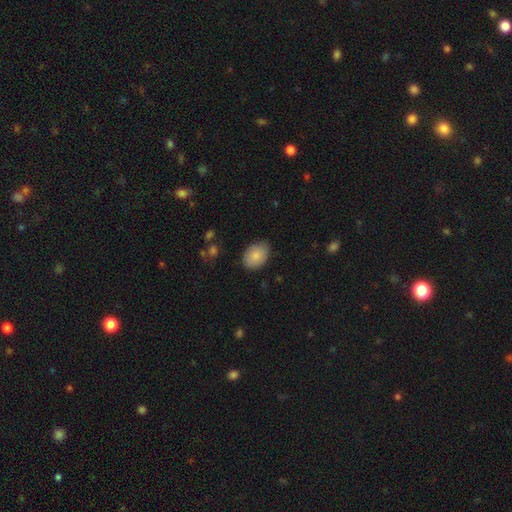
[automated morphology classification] This is clearly a smooth galaxy (84%). How rounded: clearly in between (82%). Merging: likely none (78%).